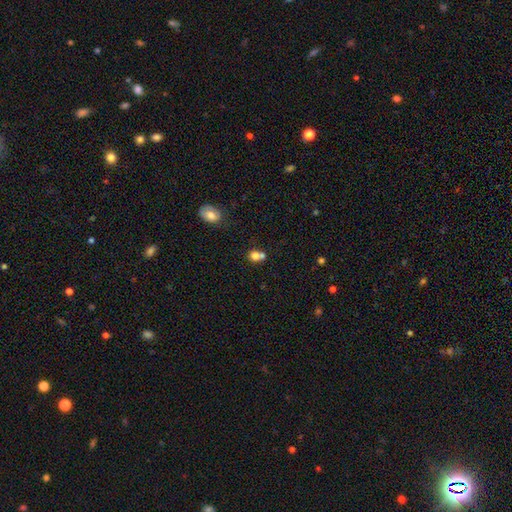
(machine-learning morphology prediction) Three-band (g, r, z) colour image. It shows a smooth galaxy with no disk features (77%) that is round (66%). Merging: merger (49%).